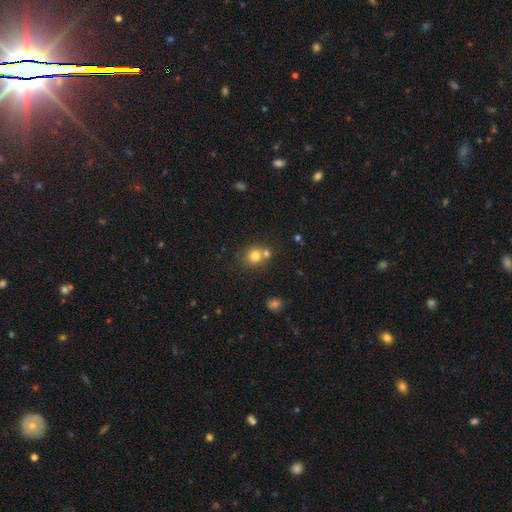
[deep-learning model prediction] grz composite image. It shows a smooth galaxy with no disk features (76%) that is round (81%). Merging: none (56%).